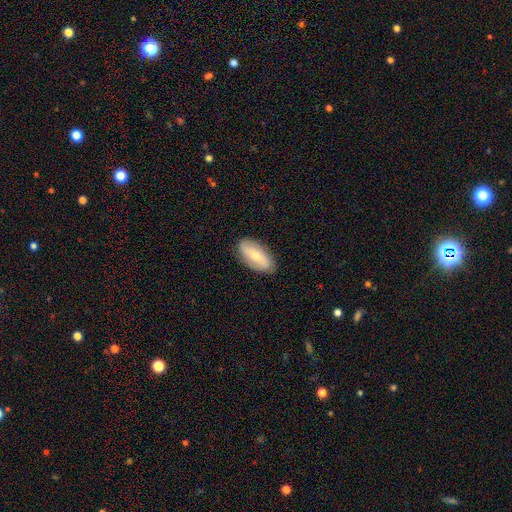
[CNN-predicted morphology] Overall: featured or disk (49%; smooth 45%). Merging: none (86%).